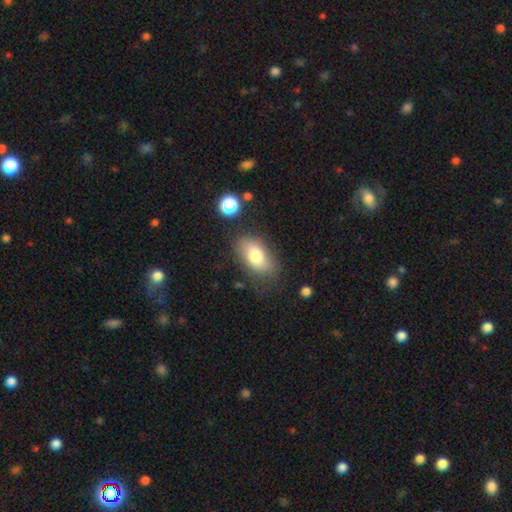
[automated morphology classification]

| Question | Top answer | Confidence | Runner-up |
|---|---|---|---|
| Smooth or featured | smooth | 77% | featured or disk (15%) |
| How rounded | in between | 90% | round (7%) |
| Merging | none | 73% | minor disturbance (18%) |